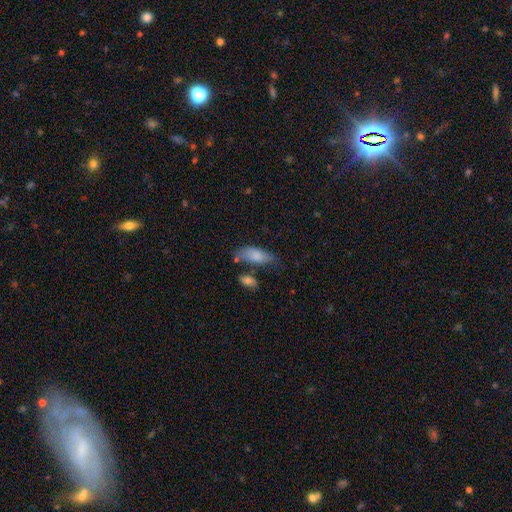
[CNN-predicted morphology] A smooth galaxy with no disk features (79%) that is in between round and cigar-shaped (82%).

Vote fractions:
- Smooth or featured? smooth: 79% / featured or disk: 14% / star or artifact: 7%
- How rounded? in between: 82% / cigar-shaped: 16% / round: 3%
- Merging? none: 46% / minor disturbance: 29% / merger: 13% / major disturbance: 11%